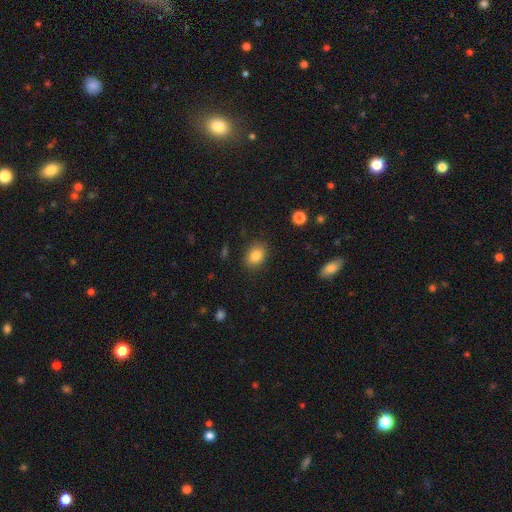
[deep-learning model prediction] This appears to be a smooth galaxy with no disk features (84%) that is in between round and cigar-shaped (63%). Merging: none (85%).